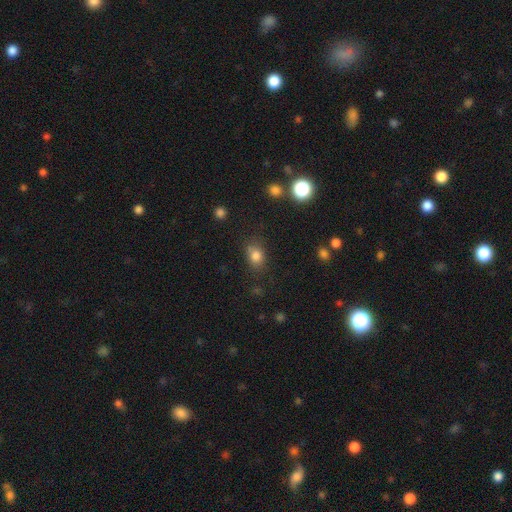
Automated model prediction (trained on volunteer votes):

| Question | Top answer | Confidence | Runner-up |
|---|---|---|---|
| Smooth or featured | smooth | 80% | star or artifact (13%) |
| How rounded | in between | 58% | round (41%) |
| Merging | none | 70% | minor disturbance (19%) |